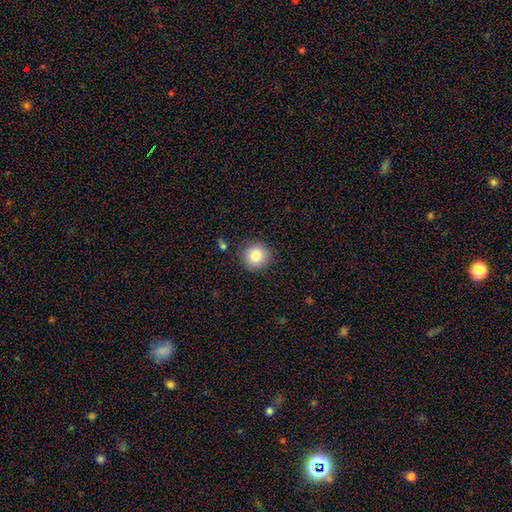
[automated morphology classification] Q: Smooth or featured?
A: smooth (83%); runner-up: star or artifact (10%)
Q: How rounded?
A: round (94%); runner-up: in between (6%)
Q: Merging?
A: none (89%); runner-up: minor disturbance (7%)